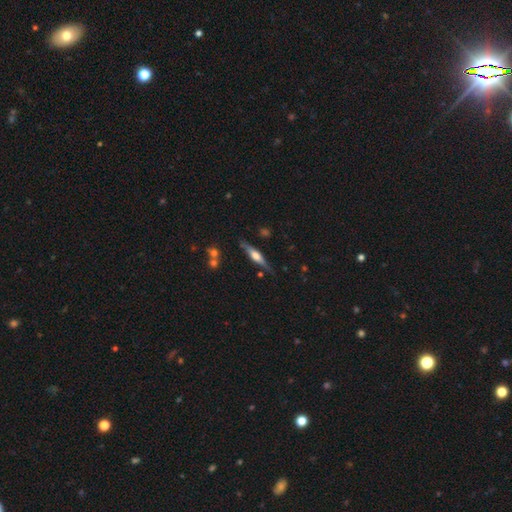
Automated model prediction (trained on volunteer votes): featured or disk 69%, smooth 25%, star or artifact 6%. Down the decision tree: edge-on disk — yes (96%); edge-on bulge — rounded (85%); merging — none (81%).